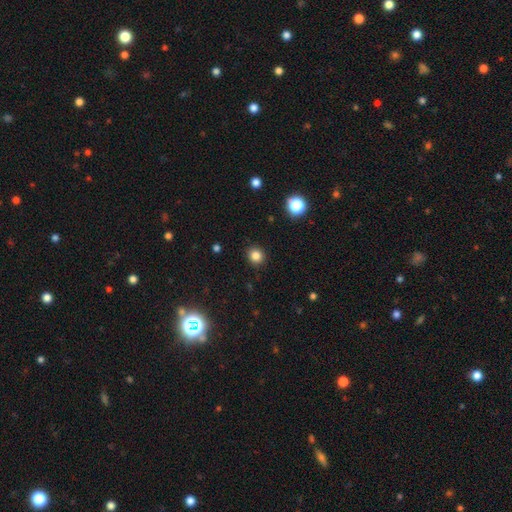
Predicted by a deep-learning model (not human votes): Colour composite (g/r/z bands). It shows a smooth galaxy with no disk features (83%) that is round (88%). Merging: none (91%).